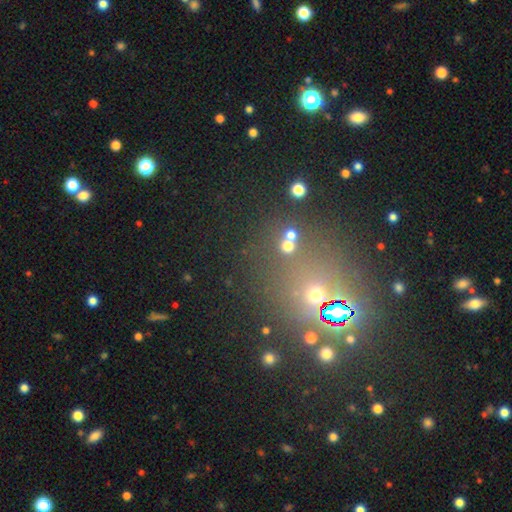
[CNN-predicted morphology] This appears to be a star or artifact, not a galaxy (60%).